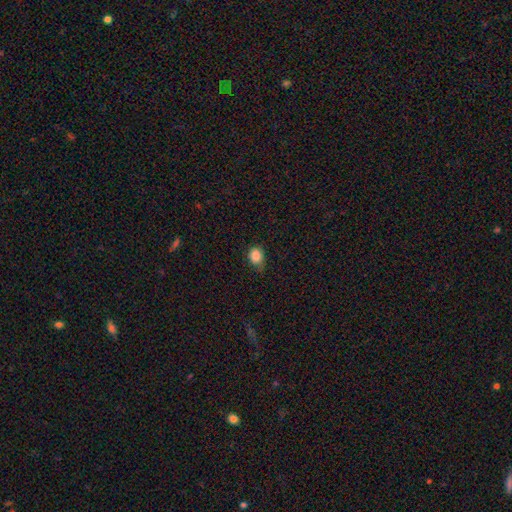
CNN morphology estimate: smooth_or_featured: smooth (p=0.86) [alt: star or artifact p=0.10]
how_rounded: round (p=0.53) [alt: in between p=0.45]
merging: none (p=0.66) [alt: minor disturbance p=0.28]